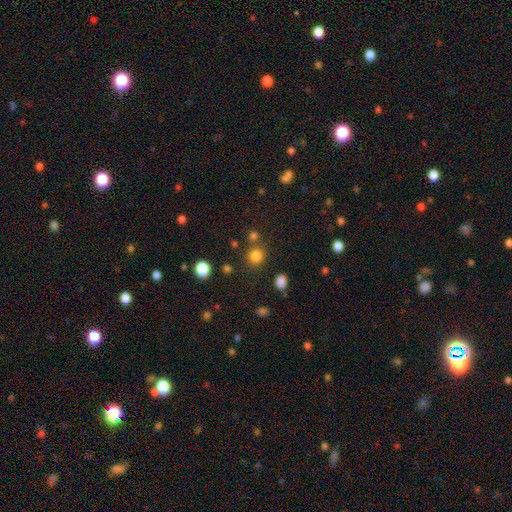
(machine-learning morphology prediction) This is clearly a smooth galaxy (81%). How rounded: clearly round (86%). Merging: likely none (78%).